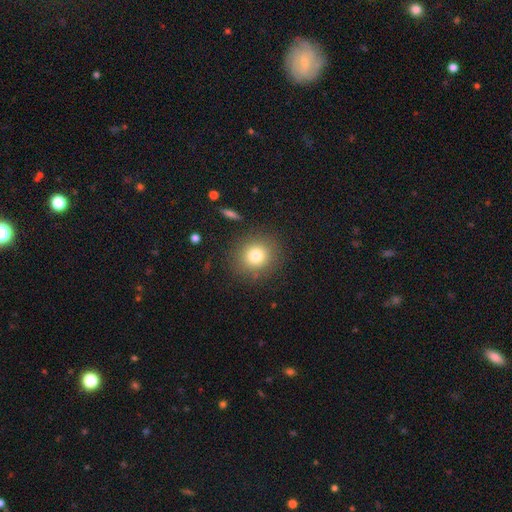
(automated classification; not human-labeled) Q: Smooth or featured?
A: smooth (79%); runner-up: star or artifact (12%)
Q: How rounded?
A: round (87%); runner-up: in between (12%)
Q: Merging?
A: none (86%); runner-up: minor disturbance (9%)